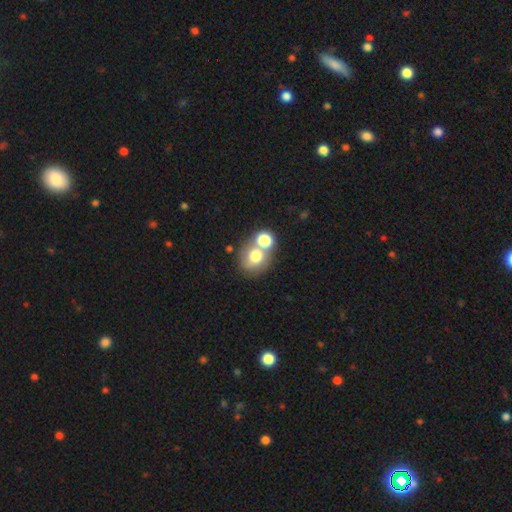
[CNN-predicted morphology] Smooth or featured? smooth (65%)
How rounded? round (70%)
Merging? merger (45%)